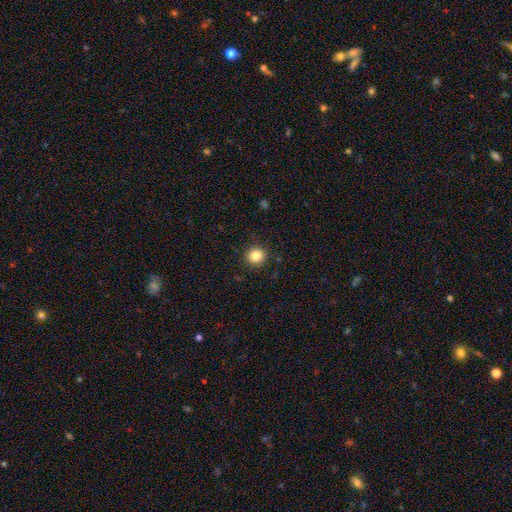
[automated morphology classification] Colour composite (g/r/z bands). It shows a smooth galaxy with no disk features (84%) that is round (91%). Merging: none (91%).